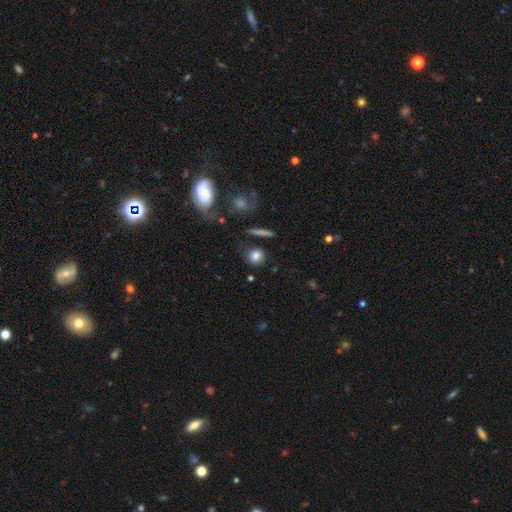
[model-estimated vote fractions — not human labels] Smooth or featured?
  - smooth: 82% *
  - star or artifact: 9%
  - featured or disk: 9%
How rounded?
  - round: 83% *
  - in between: 14%
  - cigar-shaped: 3%
Merging?
  - none: 77% *
  - minor disturbance: 13%
  - major disturbance: 5%
  - merger: 5%